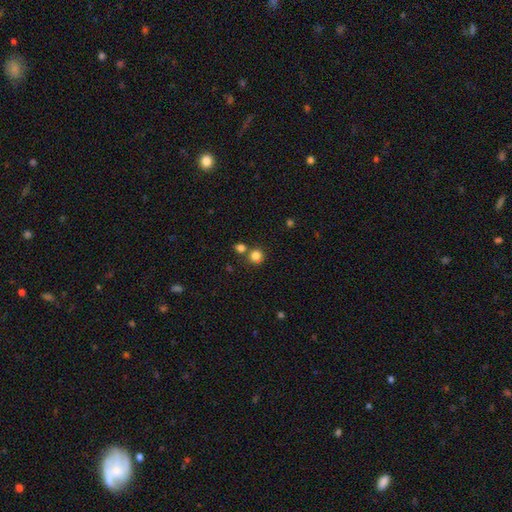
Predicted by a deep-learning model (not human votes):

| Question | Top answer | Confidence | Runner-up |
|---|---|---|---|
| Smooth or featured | smooth | 81% | star or artifact (13%) |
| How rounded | round | 91% | in between (8%) |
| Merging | none | 69% | merger (20%) |